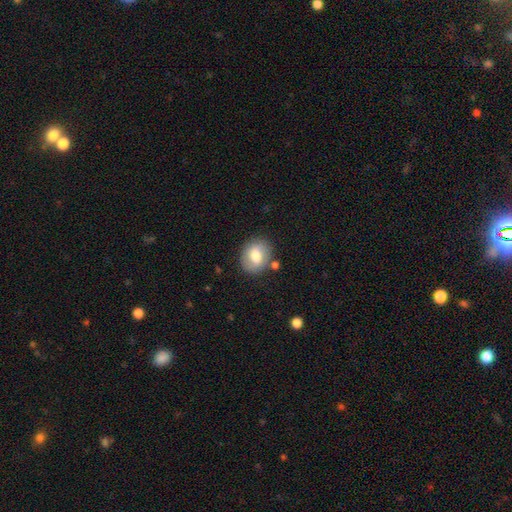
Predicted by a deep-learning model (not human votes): Overall: smooth (68%). How rounded: round (56%; in between 43%). Merging: none (78%).